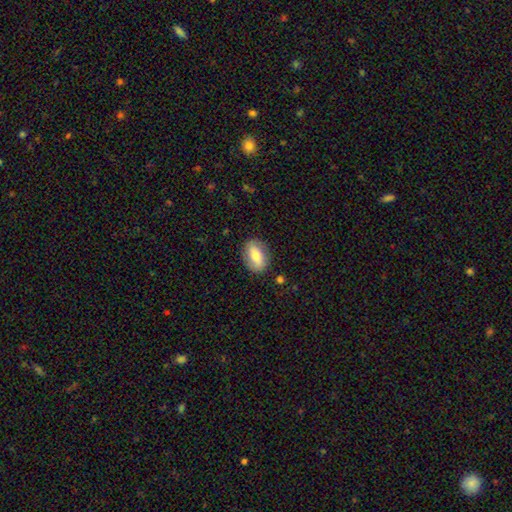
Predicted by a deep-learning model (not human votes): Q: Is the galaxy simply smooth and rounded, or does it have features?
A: smooth — 63%.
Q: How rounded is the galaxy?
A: in between — 85%.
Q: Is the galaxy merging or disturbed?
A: none — 84%.